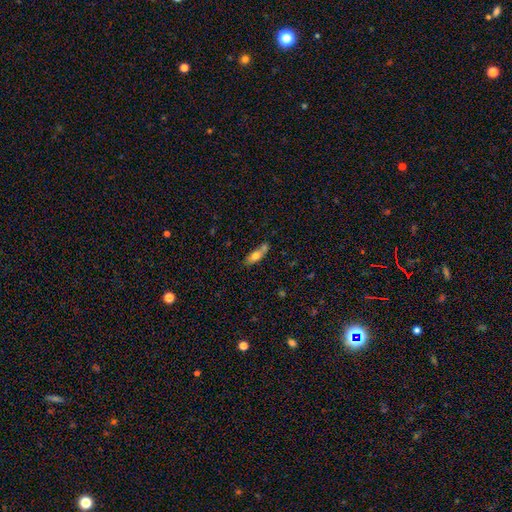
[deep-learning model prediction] smooth-or-featured: smooth: 72% | featured or disk: 20% | star or artifact: 8%
  how-rounded: in between: 67% | cigar-shaped: 30% | round: 4%
  merging: none: 42% | merger: 35% | minor disturbance: 17% | major disturbance: 6%